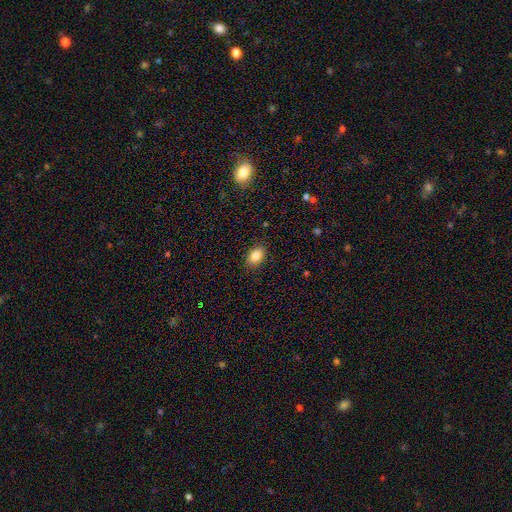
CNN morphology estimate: Smooth or featured? smooth (85%)
How rounded? in between (84%)
Merging? none (86%)